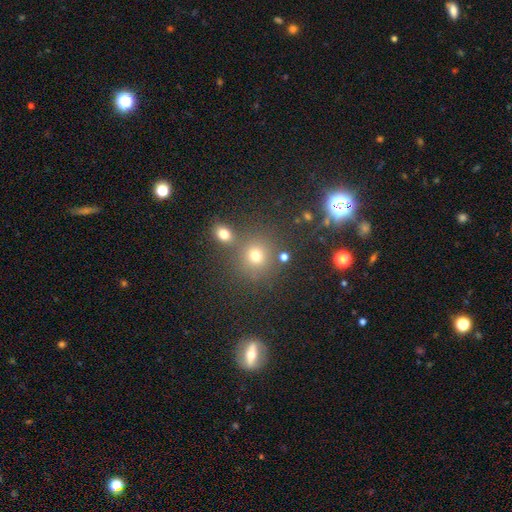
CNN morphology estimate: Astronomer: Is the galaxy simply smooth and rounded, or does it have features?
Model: smooth — 71%.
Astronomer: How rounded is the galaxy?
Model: round — 86%.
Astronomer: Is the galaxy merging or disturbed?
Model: none — 69%.